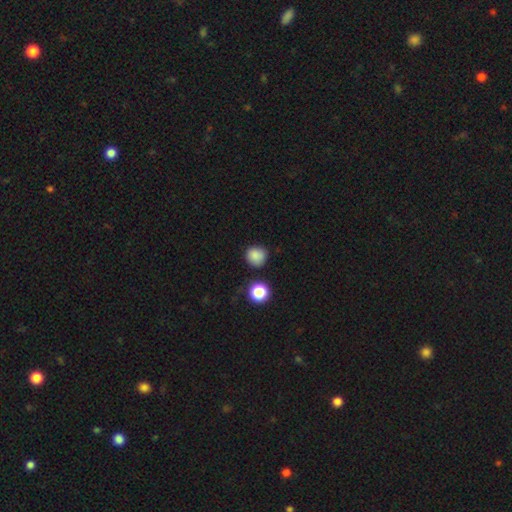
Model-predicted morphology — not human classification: A smooth galaxy with no disk features (85%) that is round (91%).

Vote fractions:
- Smooth or featured? smooth: 85% / star or artifact: 12% / featured or disk: 4%
- How rounded? round: 91% / in between: 8% / cigar-shaped: 1%
- Merging? none: 82% / minor disturbance: 12% / merger: 4% / major disturbance: 3%